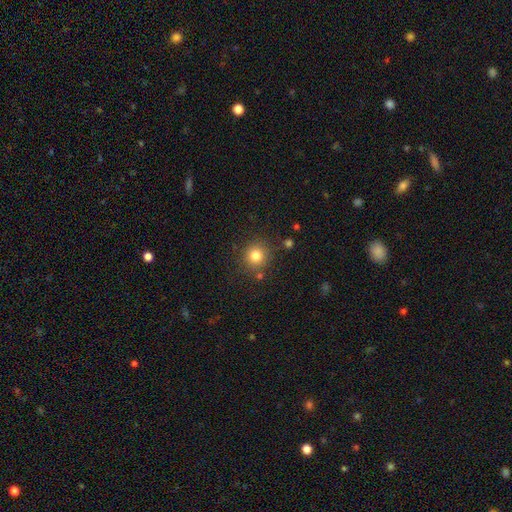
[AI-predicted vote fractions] Smooth or featured?
  - smooth: 81% *
  - star or artifact: 12%
  - featured or disk: 7%
How rounded?
  - round: 91% *
  - in between: 8%
  - cigar-shaped: 1%
Merging?
  - none: 84% *
  - minor disturbance: 8%
  - merger: 4%
  - major disturbance: 3%